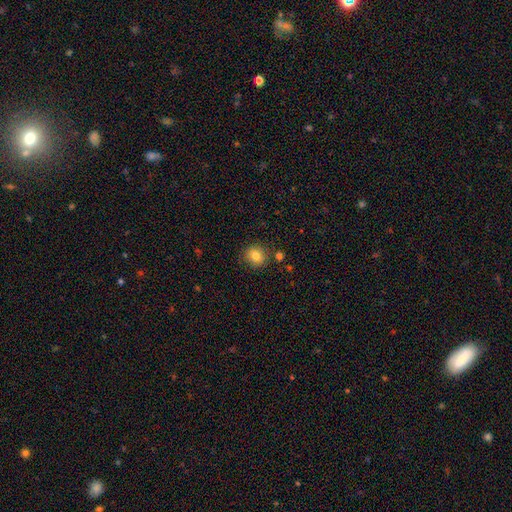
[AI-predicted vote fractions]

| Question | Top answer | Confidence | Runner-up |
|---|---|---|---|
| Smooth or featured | smooth | 82% | star or artifact (11%) |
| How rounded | round | 80% | in between (19%) |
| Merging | none | 83% | minor disturbance (9%) |